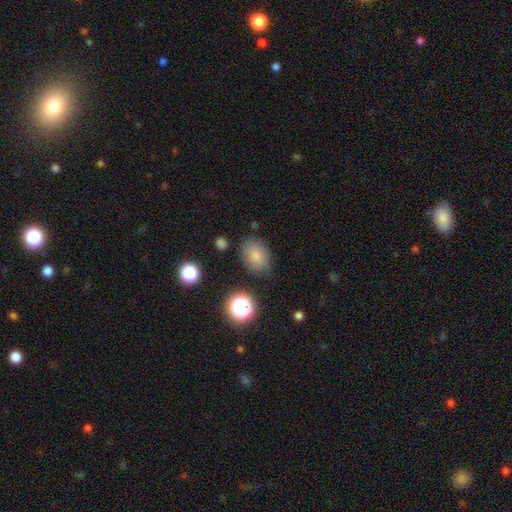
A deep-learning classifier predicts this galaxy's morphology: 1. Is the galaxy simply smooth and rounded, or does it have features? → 79% smooth, 12% star or artifact, 10% featured or disk.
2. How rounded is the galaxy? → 72% in between, 27% round, 1% cigar-shaped.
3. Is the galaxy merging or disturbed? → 77% none, 16% minor disturbance, 5% major disturbance, 3% merger.